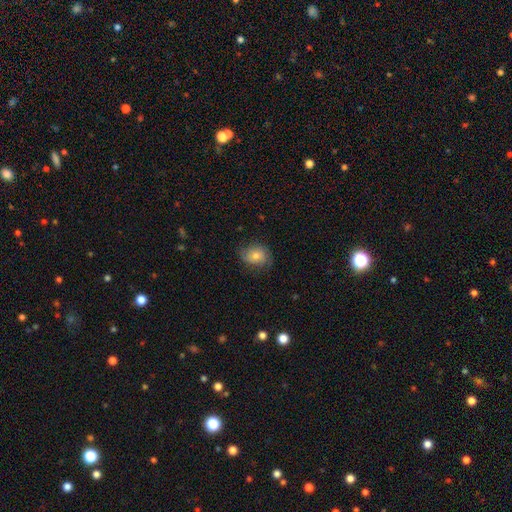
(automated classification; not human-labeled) Smooth or featured: smooth — 49% (featured or disk — 42%)
Merging: none — 68% (minor disturbance — 22%)